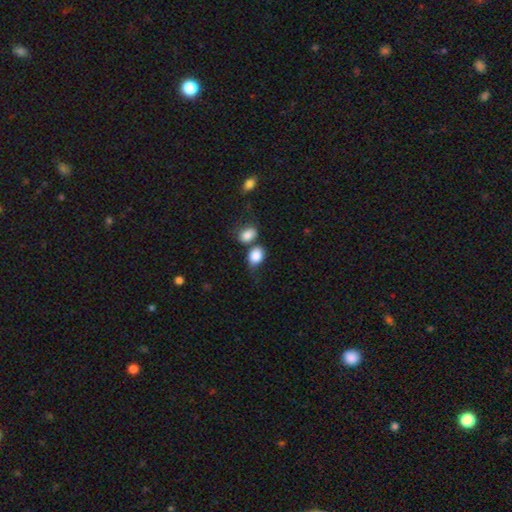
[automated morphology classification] smooth-or-featured: smooth: 85% | star or artifact: 8% | featured or disk: 7%
  how-rounded: in between: 66% | round: 33% | cigar-shaped: 1%
  merging: merger: 37% | none: 35% | minor disturbance: 19% | major disturbance: 10%